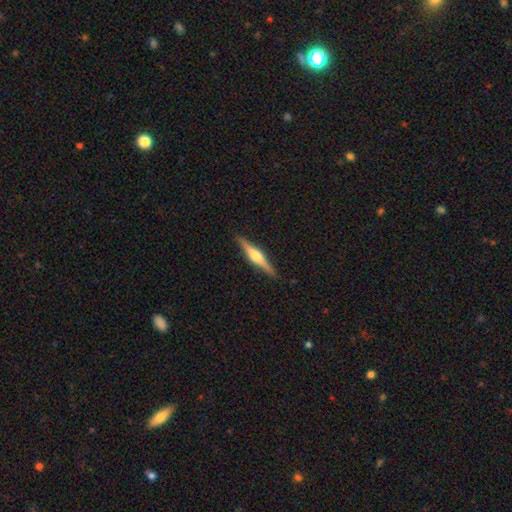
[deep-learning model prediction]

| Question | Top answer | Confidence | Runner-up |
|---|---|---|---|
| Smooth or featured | featured or disk | 71% | smooth (24%) |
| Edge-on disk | yes | 98% | no (2%) |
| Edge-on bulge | rounded | 85% | boxy (11%) |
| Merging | none | 90% | minor disturbance (7%) |